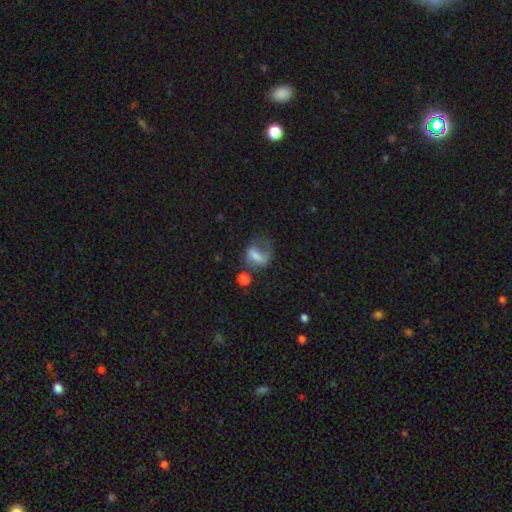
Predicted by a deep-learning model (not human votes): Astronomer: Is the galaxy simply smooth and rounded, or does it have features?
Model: smooth — 55% (runner-up: featured or disk, 32%).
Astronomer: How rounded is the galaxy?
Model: in between — 63%.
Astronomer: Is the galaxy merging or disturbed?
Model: major disturbance — 43% (runner-up: none, 28%).